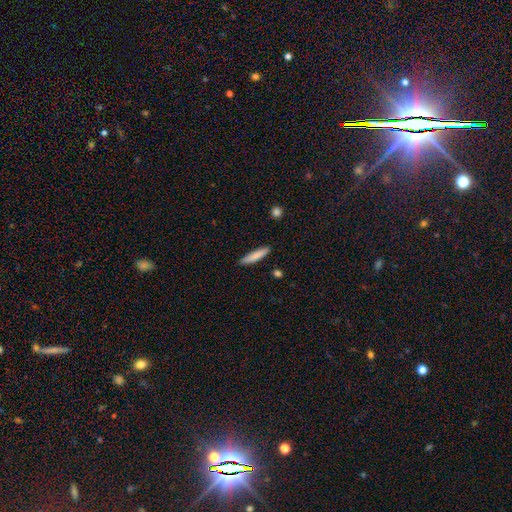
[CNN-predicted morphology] This is clearly a smooth galaxy (82%). How rounded: clearly cigar-shaped (86%). Merging: clearly none (88%).